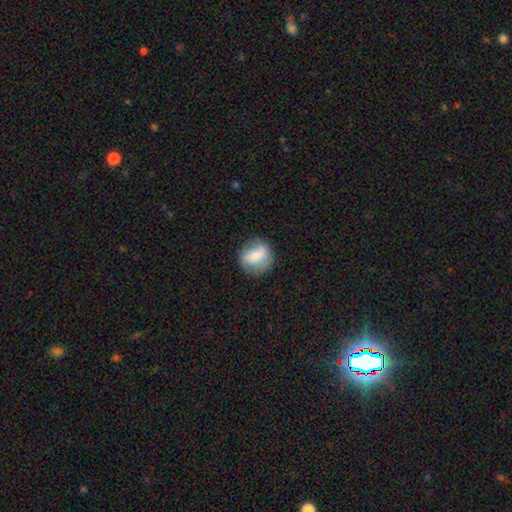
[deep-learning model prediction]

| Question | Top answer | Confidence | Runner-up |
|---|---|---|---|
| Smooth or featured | smooth | 64% | featured or disk (28%) |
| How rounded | round | 86% | in between (13%) |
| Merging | none | 80% | minor disturbance (14%) |